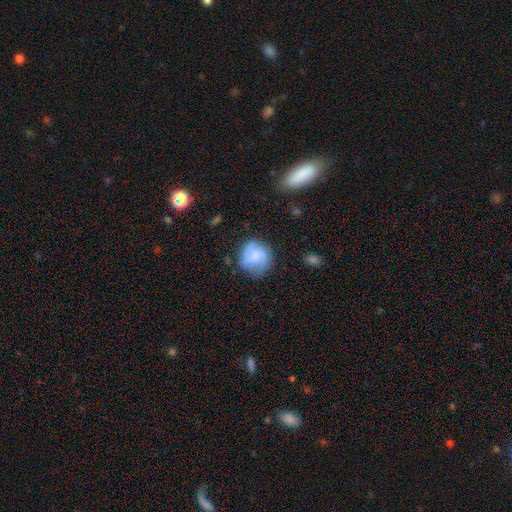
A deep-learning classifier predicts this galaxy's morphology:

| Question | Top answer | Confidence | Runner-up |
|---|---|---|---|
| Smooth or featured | smooth | 52% | featured or disk (40%) |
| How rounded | round | 84% | in between (15%) |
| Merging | none | 68% | minor disturbance (22%) |